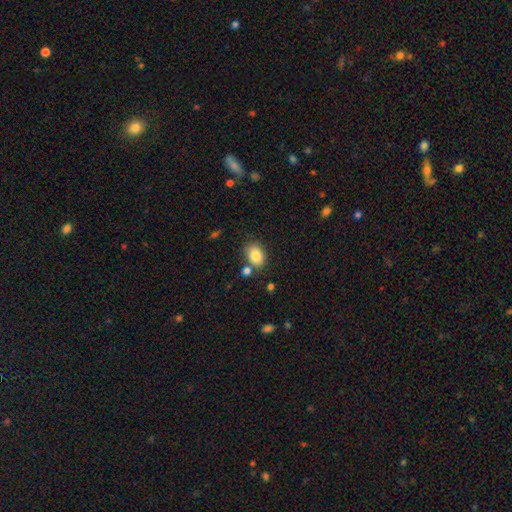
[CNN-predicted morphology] Overall: smooth (84%). How rounded: in between (73%). Merging: none (72%).